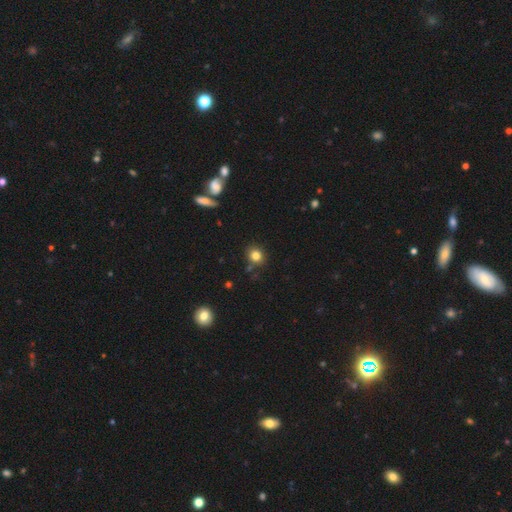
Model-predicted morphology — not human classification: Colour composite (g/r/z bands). It shows a smooth galaxy with no disk features (81%) that is round (77%). Merging: none (81%).